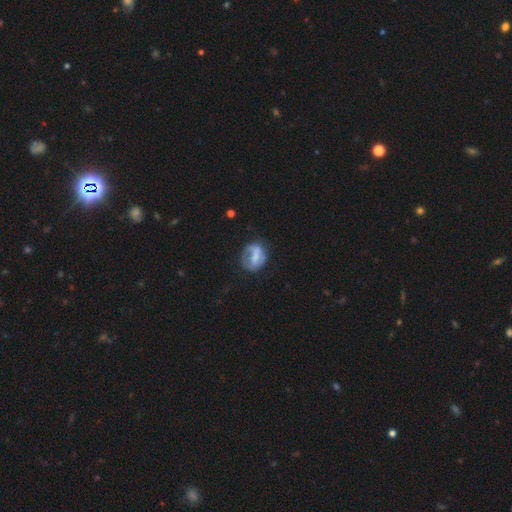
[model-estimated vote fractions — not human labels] Morphology: type=featured or disk (49%); merging=none (51%).